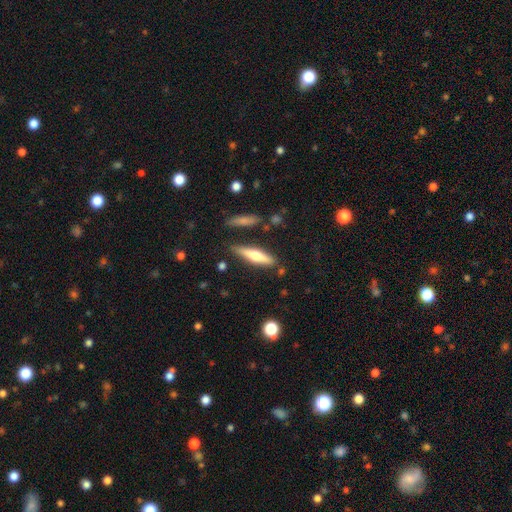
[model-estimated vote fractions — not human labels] Smooth or featured? smooth (51%)
How rounded? cigar-shaped (76%)
Merging? none (80%)